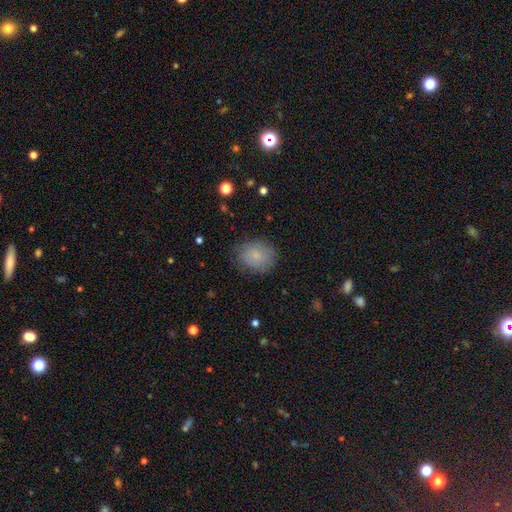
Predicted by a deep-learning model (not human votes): Smooth or featured? Predicted: smooth (p=0.76). How rounded? Predicted: round (p=0.57). Merging? Predicted: none (p=0.75).